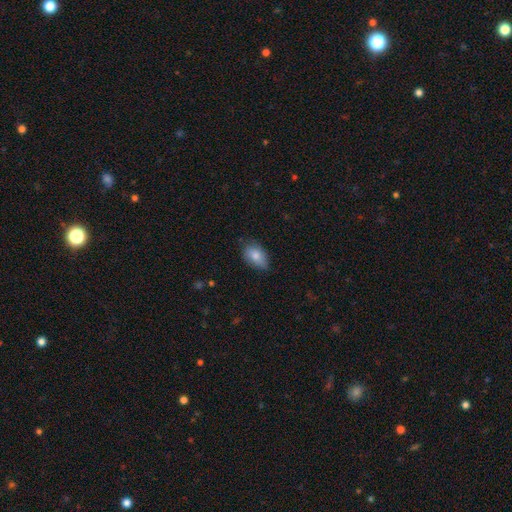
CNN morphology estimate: Smooth or featured: smooth — 82% (featured or disk — 11%)
How rounded: in between — 90% (round — 7%)
Merging: none — 70% (minor disturbance — 25%)